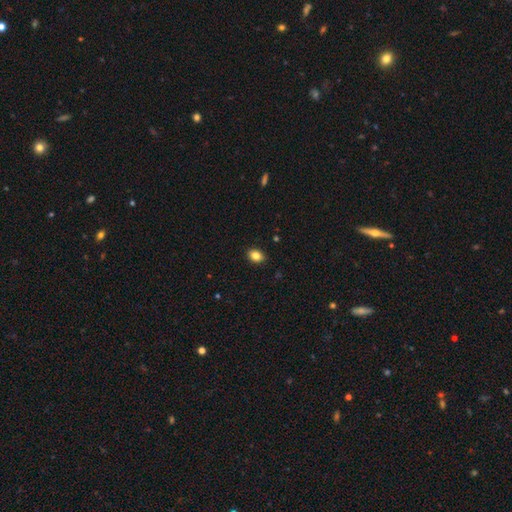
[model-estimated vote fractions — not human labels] Smooth or featured? smooth (85%)
How rounded? in between (71%)
Merging? none (90%)